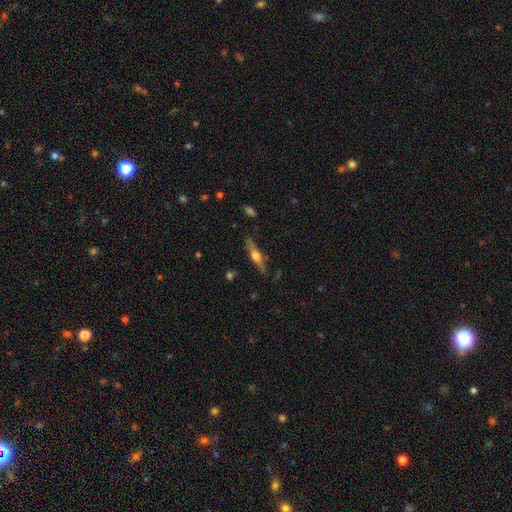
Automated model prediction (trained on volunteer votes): Morphology: type=featured or disk (64%); edge-on=yes (96%); edge-on bulge=rounded (91%); merging=none (84%).